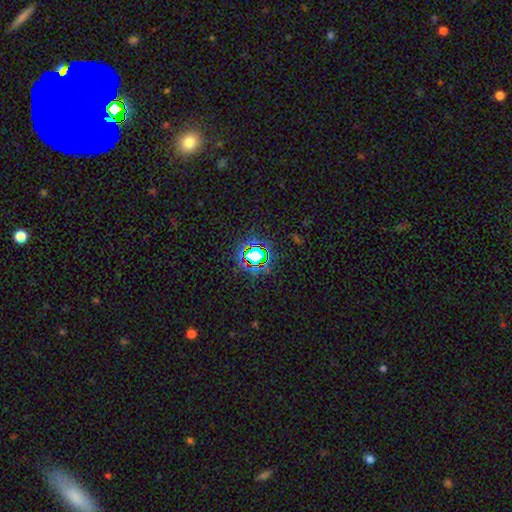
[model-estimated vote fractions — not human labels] This appears to be a star or artifact, not a galaxy (71%).